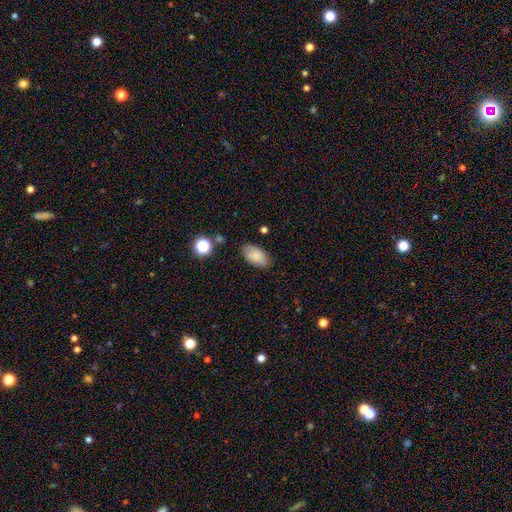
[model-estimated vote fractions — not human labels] Smooth or featured? Predicted: smooth (p=0.80). How rounded? Predicted: in between (p=0.93). Merging? Predicted: none (p=0.79).